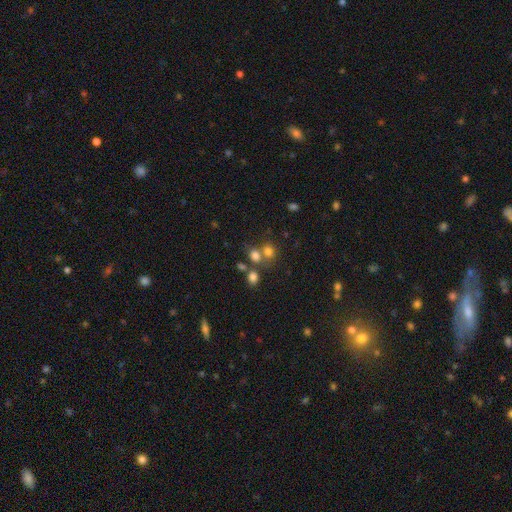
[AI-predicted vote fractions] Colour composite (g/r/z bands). It shows a smooth galaxy with no disk features (72%) that is round (60%). Merging: none (47%).